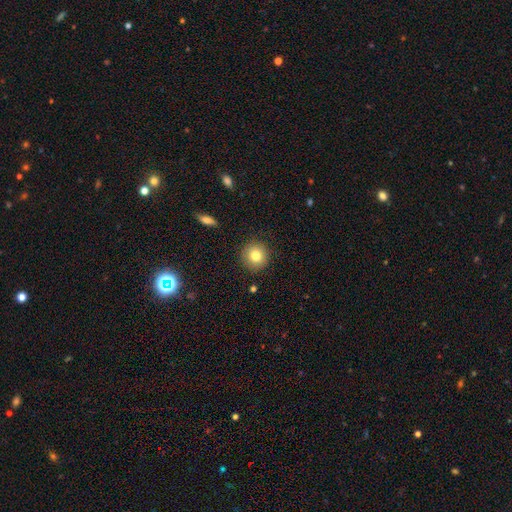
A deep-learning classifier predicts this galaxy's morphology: Smooth or featured? smooth (81%)
How rounded? round (94%)
Merging? none (90%)